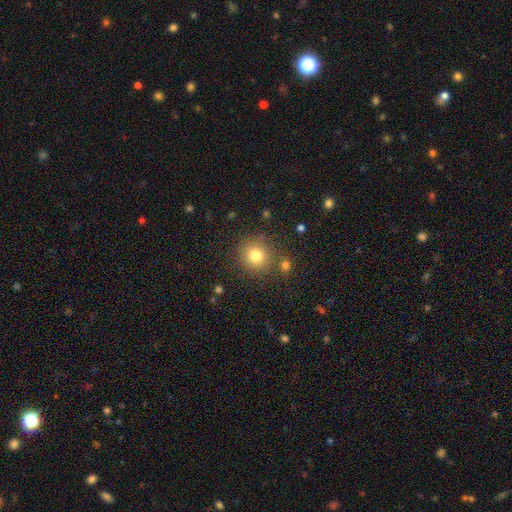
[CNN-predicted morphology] A smooth galaxy with no disk features (79%) that is round (91%). Merging: none (82%).